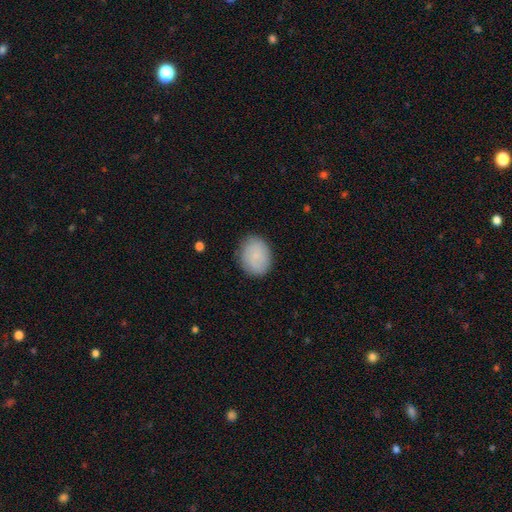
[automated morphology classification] The model was most divided on "how rounded": round: 54%, in between: 45%, cigar-shaped: 1%. More confident: merging — none (83%); smooth or featured — smooth (79%).